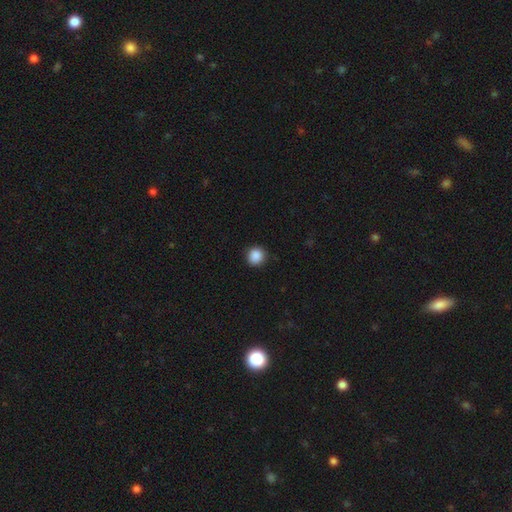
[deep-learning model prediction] Smooth or featured? Predicted: smooth (p=0.88). How rounded? Predicted: round (p=0.93). Merging? Predicted: none (p=0.91).